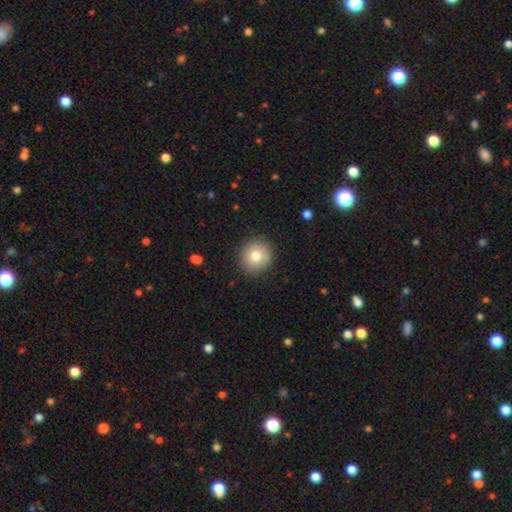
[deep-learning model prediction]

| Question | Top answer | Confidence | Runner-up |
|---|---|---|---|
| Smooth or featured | smooth | 79% | featured or disk (12%) |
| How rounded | round | 90% | in between (9%) |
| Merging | none | 89% | minor disturbance (8%) |